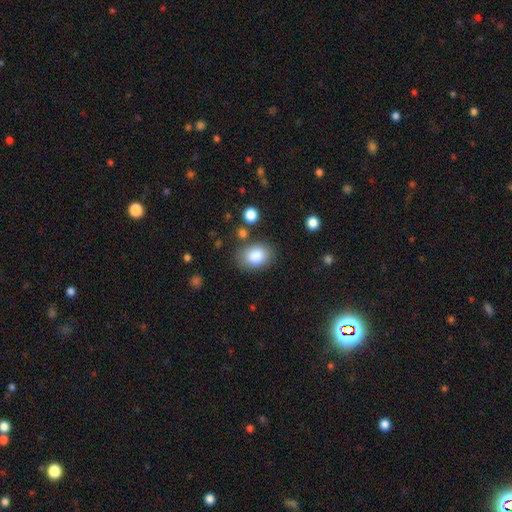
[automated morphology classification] A smooth galaxy with no disk features (85%) that is in between round and cigar-shaped (72%).

Vote fractions:
- Smooth or featured? smooth: 85% / star or artifact: 8% / featured or disk: 7%
- How rounded? in between: 72% / round: 27% / cigar-shaped: 1%
- Merging? none: 78% / minor disturbance: 13% / major disturbance: 4% / merger: 4%